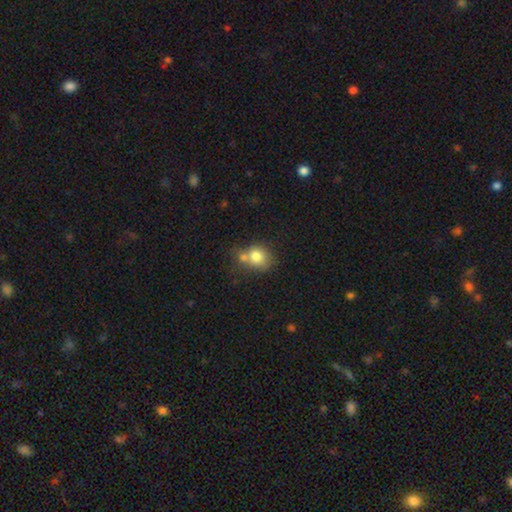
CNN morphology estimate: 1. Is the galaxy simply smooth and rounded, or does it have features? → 78% smooth, 12% featured or disk, 10% star or artifact.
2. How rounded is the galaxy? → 68% round, 31% in between, 1% cigar-shaped.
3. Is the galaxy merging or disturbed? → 42% none, 38% merger, 14% minor disturbance, 6% major disturbance.